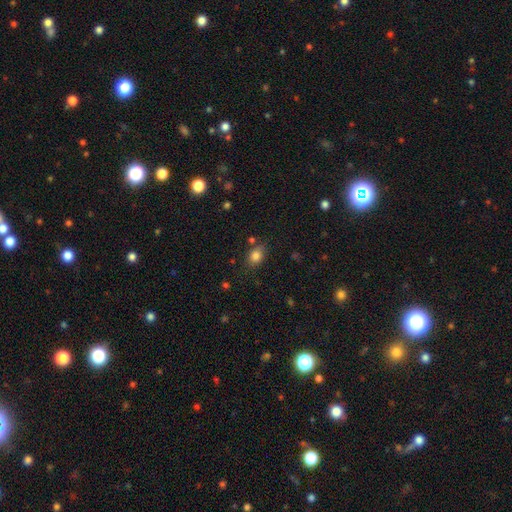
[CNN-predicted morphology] Smooth or featured? smooth (82%)
How rounded? in between (63%)
Merging? none (75%)